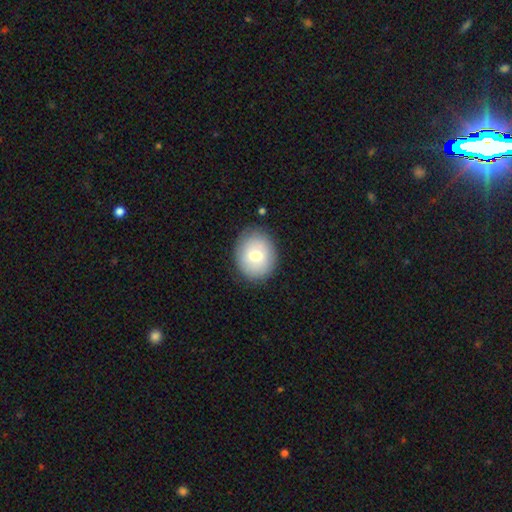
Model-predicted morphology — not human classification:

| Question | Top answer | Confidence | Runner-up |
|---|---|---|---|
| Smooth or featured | smooth | 70% | featured or disk (22%) |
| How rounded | round | 64% | in between (35%) |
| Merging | none | 83% | minor disturbance (12%) |